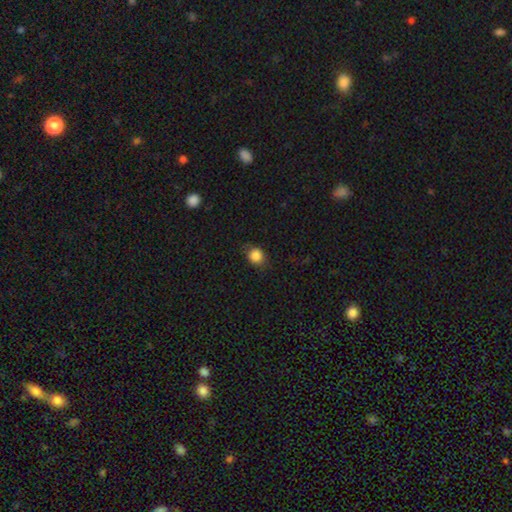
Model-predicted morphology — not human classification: A smooth galaxy with no disk features (85%) that is round (73%). Merging: none (76%).